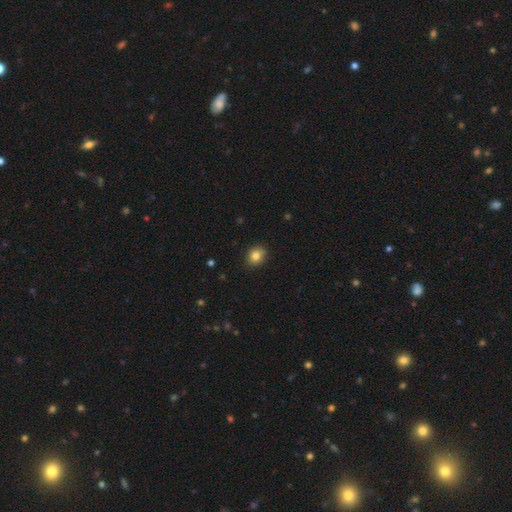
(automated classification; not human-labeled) Smooth or featured? Predicted: smooth (p=0.83). How rounded? Predicted: round (p=0.67). Merging? Predicted: none (p=0.86).